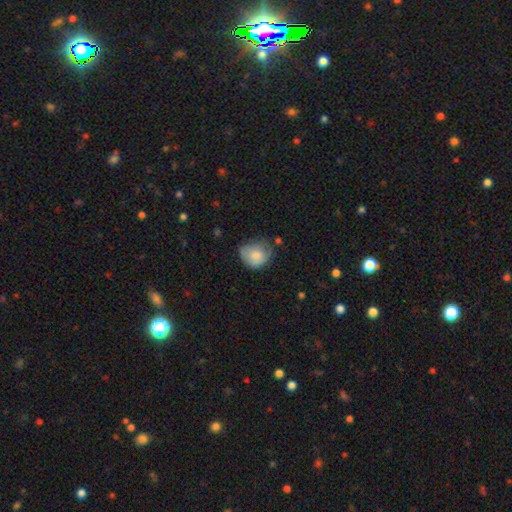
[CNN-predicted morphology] Smooth or featured: smooth — 71% (featured or disk — 22%)
How rounded: round — 65% (in between — 34%)
Merging: none — 44% (minor disturbance — 39%)